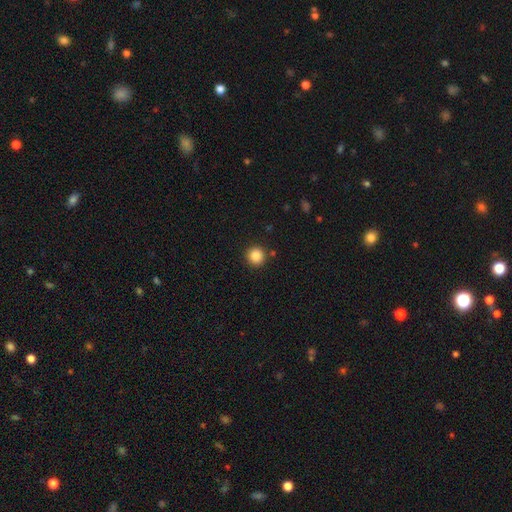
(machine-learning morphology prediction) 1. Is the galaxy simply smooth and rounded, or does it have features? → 86% smooth, 10% star or artifact, 4% featured or disk.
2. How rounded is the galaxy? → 95% round, 4% in between, 1% cigar-shaped.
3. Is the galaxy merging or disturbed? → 90% none, 6% minor disturbance, 2% merger, 2% major disturbance.